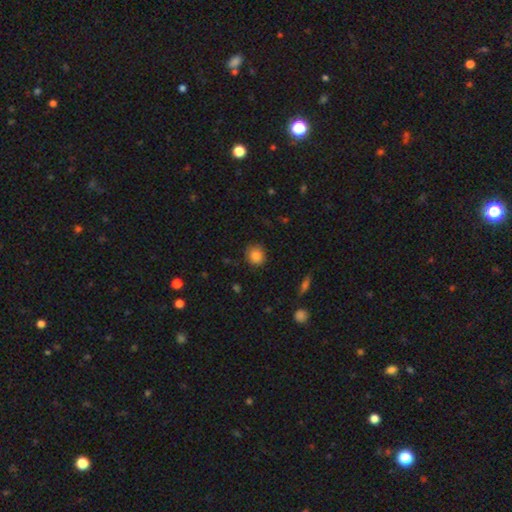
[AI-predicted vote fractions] Overall: smooth (84%). How rounded: round (81%). Merging: none (84%).